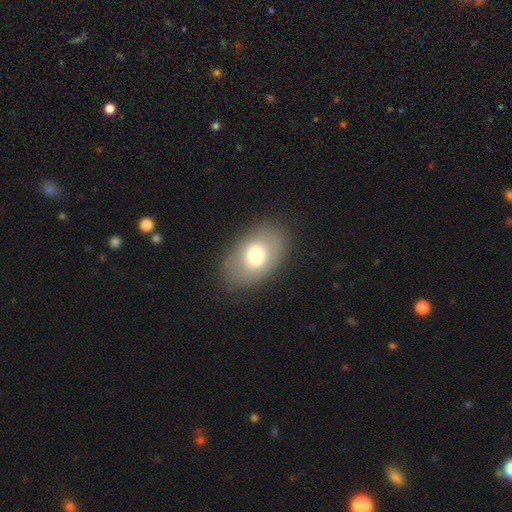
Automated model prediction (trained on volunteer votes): Morphology: type=smooth (67%); roundness=in between (83%); merging=none (83%).